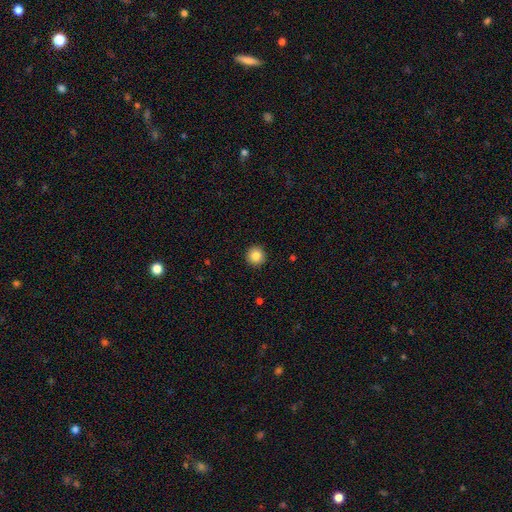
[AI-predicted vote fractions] smooth-or-featured: smooth: 86% | star or artifact: 9% | featured or disk: 4%
  how-rounded: round: 95% | in between: 4% | cigar-shaped: 1%
  merging: none: 93% | minor disturbance: 4% | major disturbance: 2% | merger: 1%